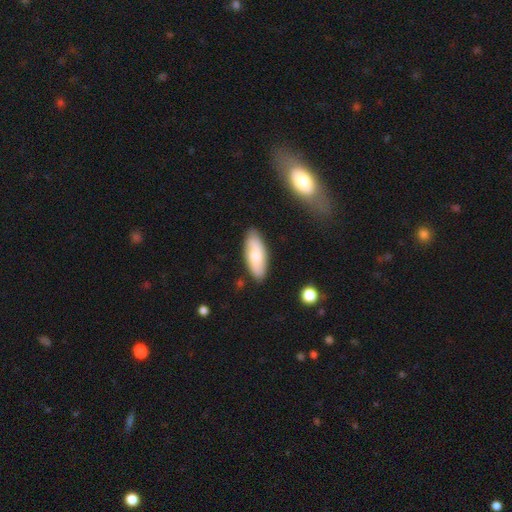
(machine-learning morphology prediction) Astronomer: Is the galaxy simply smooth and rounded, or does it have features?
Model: smooth — 68%.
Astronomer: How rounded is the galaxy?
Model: in between — 79%.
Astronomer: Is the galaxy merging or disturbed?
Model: none — 84%.